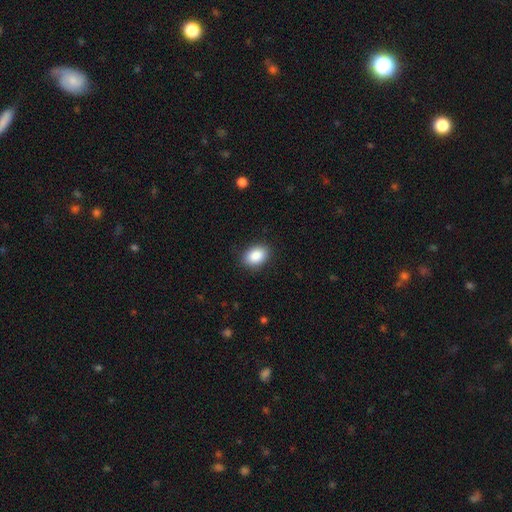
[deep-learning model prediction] Overall: smooth (89%). How rounded: in between (83%). Merging: none (87%).